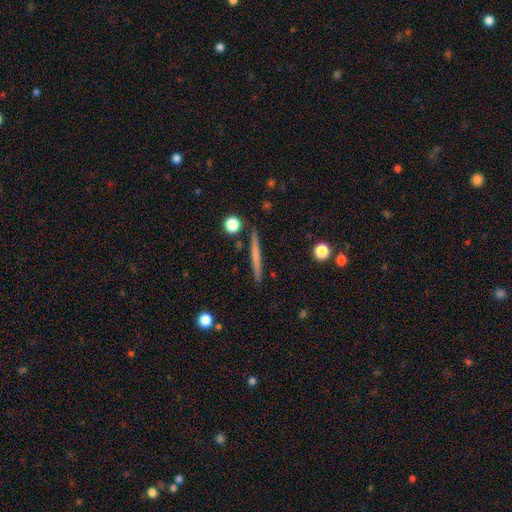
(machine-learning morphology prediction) A smooth galaxy with no disk features (53%) that is cigar-shaped (95%).

Vote fractions:
- Smooth or featured? smooth: 53% / featured or disk: 41% / star or artifact: 6%
- How rounded? cigar-shaped: 95% / round: 2% / in between: 2%
- Merging? none: 90% / minor disturbance: 6% / merger: 2% / major disturbance: 1%